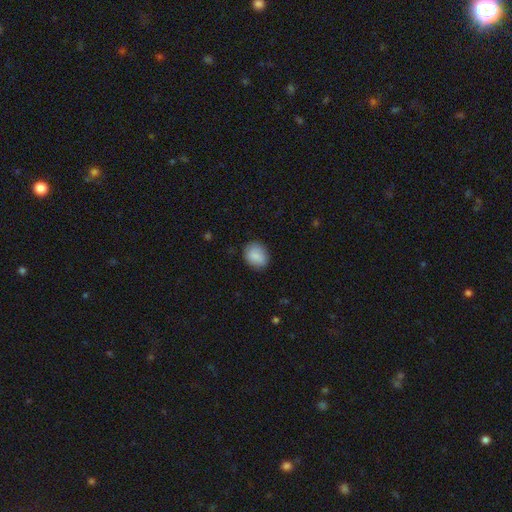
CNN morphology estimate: smooth 86%, star or artifact 7%, featured or disk 7%. Down the decision tree: how rounded — round (54%); merging — none (81%).